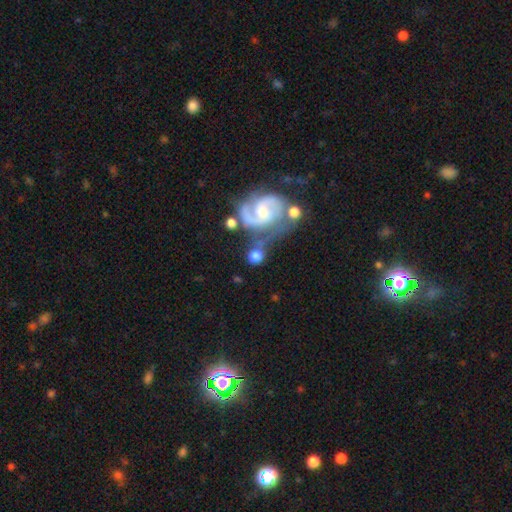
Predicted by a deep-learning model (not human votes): Morphology: type=smooth (56%); roundness=round (83%); merging=none (56%).